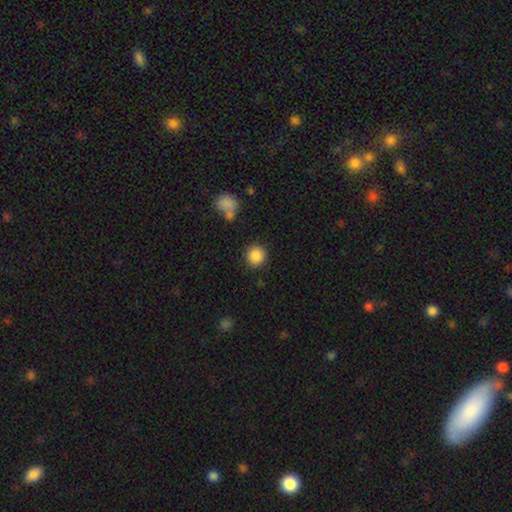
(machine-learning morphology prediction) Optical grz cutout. It shows a smooth galaxy with no disk features (87%) that is round (91%). Merging: none (87%).